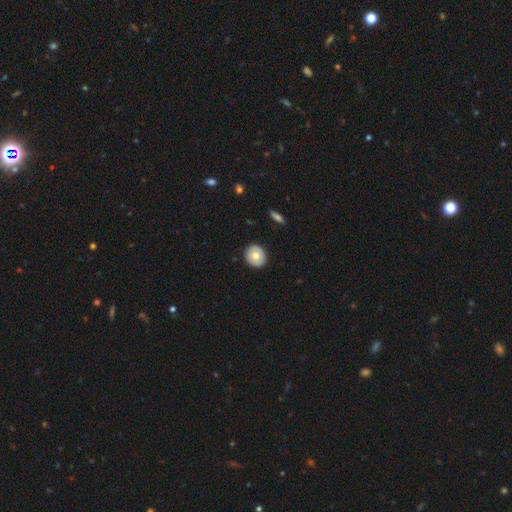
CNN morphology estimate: Q: Smooth or featured?
A: smooth (63%); runner-up: featured or disk (30%)
Q: How rounded?
A: round (83%); runner-up: in between (16%)
Q: Merging?
A: none (90%); runner-up: minor disturbance (7%)